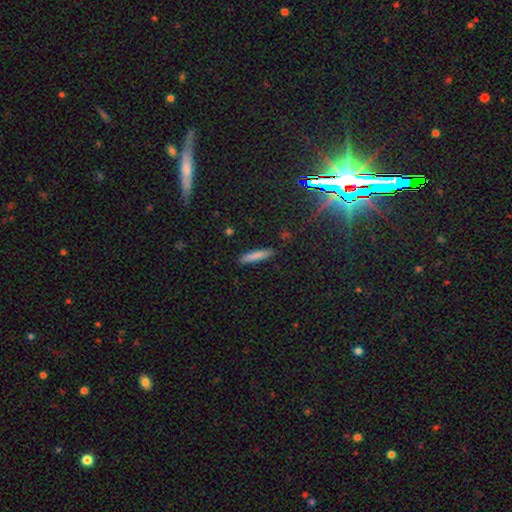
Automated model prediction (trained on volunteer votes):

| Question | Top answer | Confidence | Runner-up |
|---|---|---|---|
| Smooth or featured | smooth | 80% | featured or disk (12%) |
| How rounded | cigar-shaped | 88% | in between (10%) |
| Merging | none | 89% | minor disturbance (8%) |